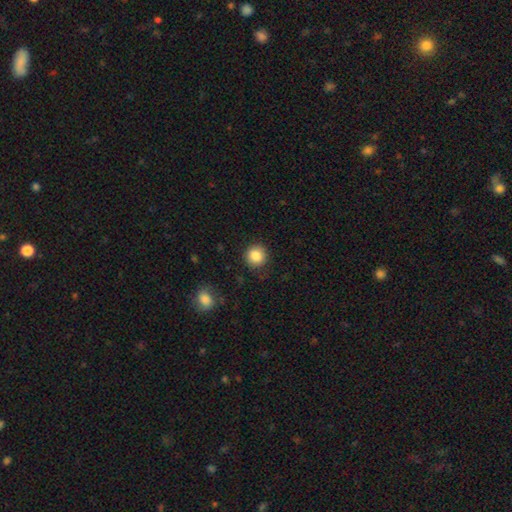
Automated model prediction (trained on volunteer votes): The model was most divided on "smooth or featured": smooth: 86%, star or artifact: 9%, featured or disk: 5%. More confident: how rounded — round (91%); merging — none (87%).